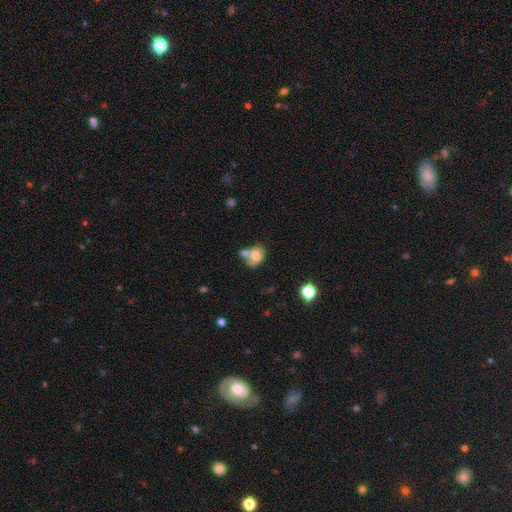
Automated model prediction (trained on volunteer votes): A smooth galaxy with no disk features (68%) that is in between round and cigar-shaped (59%).

Vote fractions:
- Smooth or featured? smooth: 68% / featured or disk: 22% / star or artifact: 10%
- How rounded? in between: 59% / round: 40% / cigar-shaped: 1%
- Merging? merger: 48% / none: 32% / minor disturbance: 14% / major disturbance: 7%